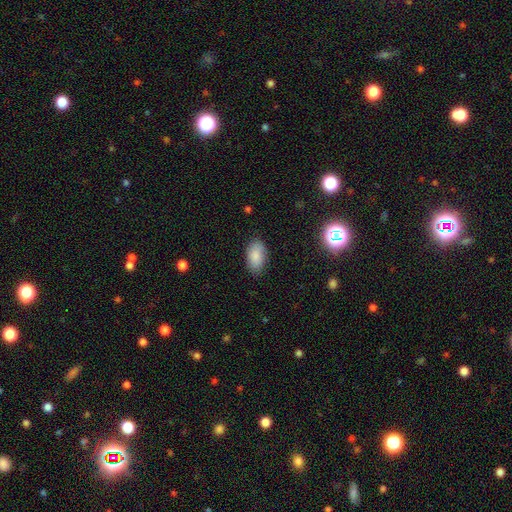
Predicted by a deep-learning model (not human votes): A smooth galaxy with no disk features (86%) that is in between round and cigar-shaped (93%).

Vote fractions:
- Smooth or featured? smooth: 86% / star or artifact: 8% / featured or disk: 6%
- How rounded? in between: 93% / round: 4% / cigar-shaped: 2%
- Merging? none: 84% / minor disturbance: 12% / major disturbance: 3% / merger: 1%